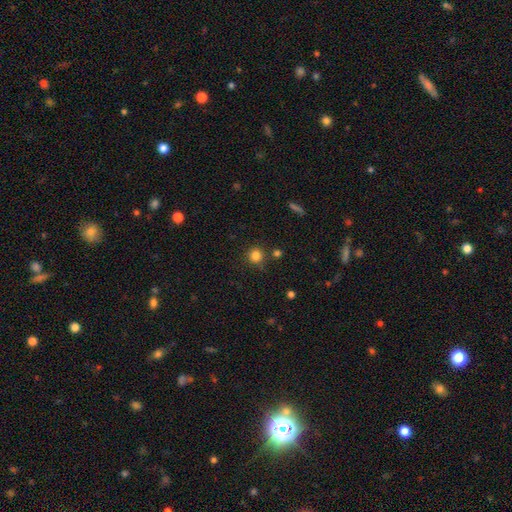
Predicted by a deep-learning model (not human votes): This appears to be a smooth galaxy with no disk features (82%) that is round (92%). Merging: none (81%).